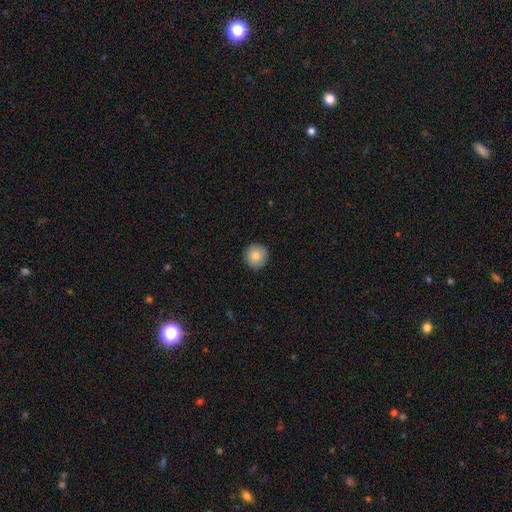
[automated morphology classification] smooth 84%, star or artifact 8%, featured or disk 8%. Down the decision tree: how rounded — round (95%); merging — none (91%).